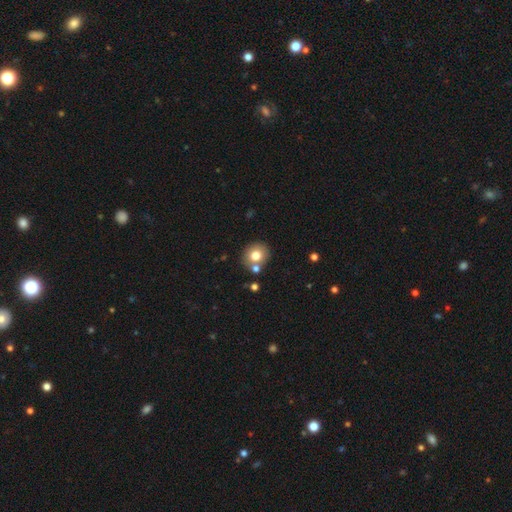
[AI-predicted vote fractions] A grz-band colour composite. It shows a smooth galaxy with no disk features (77%) that is round (81%). Merging: none (75%).